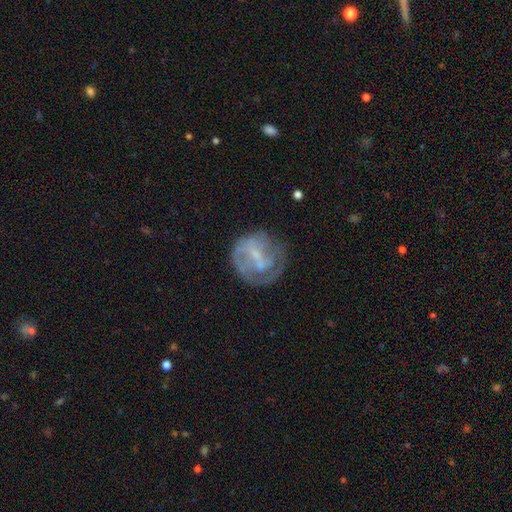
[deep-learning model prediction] Morphology: type=featured or disk (63%); edge-on=no (97%); bar=weak (46%); spiral arms=yes (58%); bulge=small (53%); merging=none (58%).